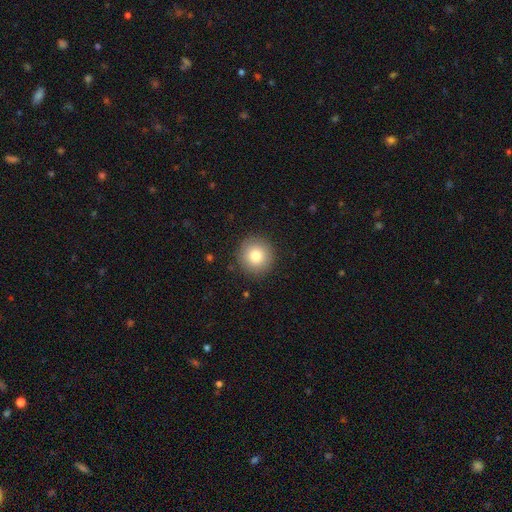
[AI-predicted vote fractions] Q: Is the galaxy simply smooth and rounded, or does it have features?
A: smooth — 80%.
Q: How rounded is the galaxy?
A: round — 95%.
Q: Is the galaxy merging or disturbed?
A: none — 90%.